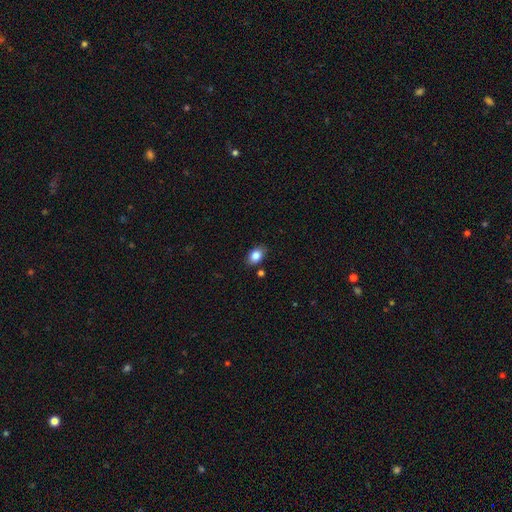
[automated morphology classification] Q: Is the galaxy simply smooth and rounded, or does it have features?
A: smooth — 85%.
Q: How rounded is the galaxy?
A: in between — 83%.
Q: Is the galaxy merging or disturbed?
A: none — 83%.